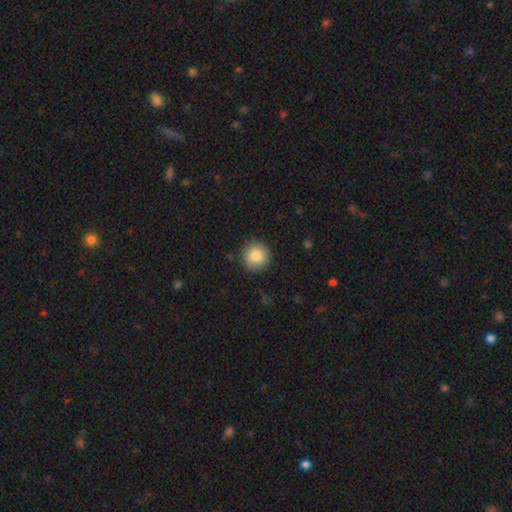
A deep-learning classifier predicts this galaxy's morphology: This appears to be a smooth galaxy with no disk features (86%) that is round (94%). Merging: none (89%).